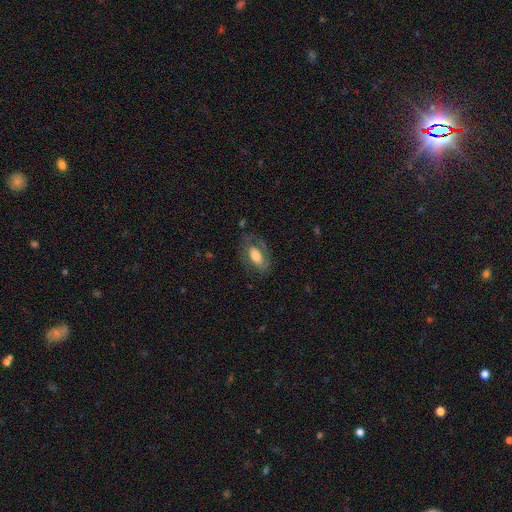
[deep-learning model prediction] Overall: smooth (50%; featured or disk 43%). Merging: none (61%).